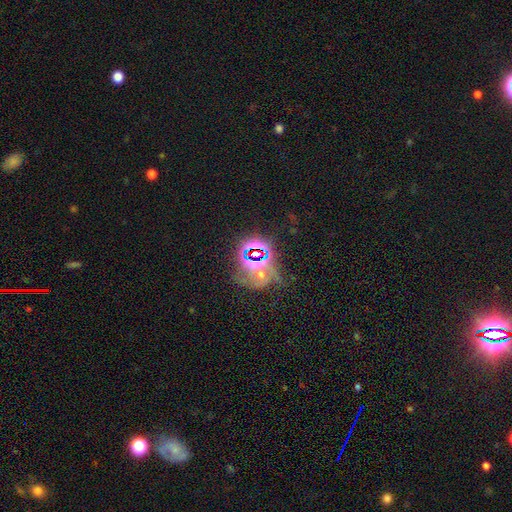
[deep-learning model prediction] A star or artifact, not a galaxy (69%).

Vote fractions:
- Smooth or featured? star or artifact: 69% / featured or disk: 18% / smooth: 13%